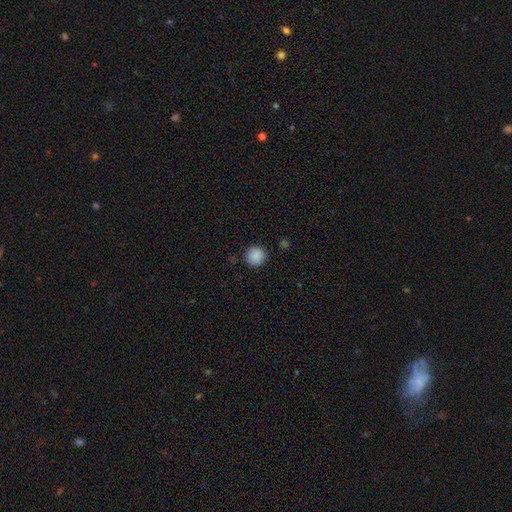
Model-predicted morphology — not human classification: smooth 88%, star or artifact 9%, featured or disk 3%. Down the decision tree: how rounded — round (93%); merging — none (88%).